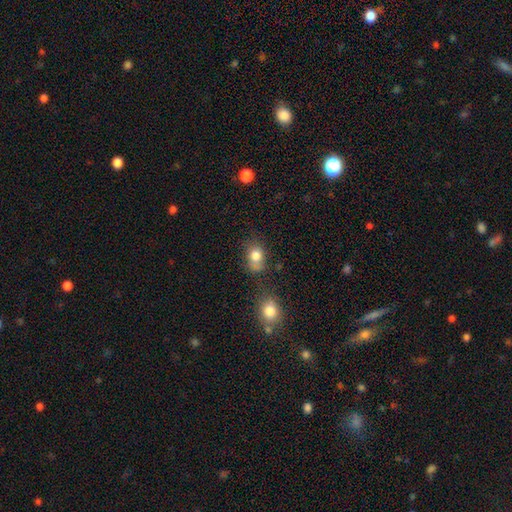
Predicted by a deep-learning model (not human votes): Q: Smooth or featured?
A: smooth (80%); runner-up: star or artifact (11%)
Q: How rounded?
A: in between (50%); runner-up: round (49%)
Q: Merging?
A: none (49%); runner-up: minor disturbance (23%)